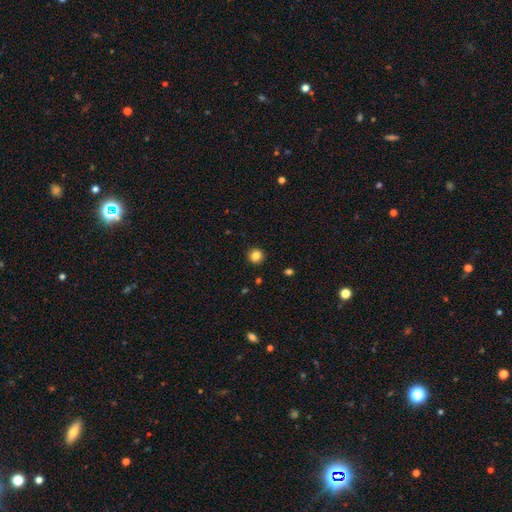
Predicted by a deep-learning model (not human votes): The model was most divided on "smooth or featured": smooth: 85%, star or artifact: 11%, featured or disk: 4%. More confident: how rounded — round (94%); merging — none (92%).